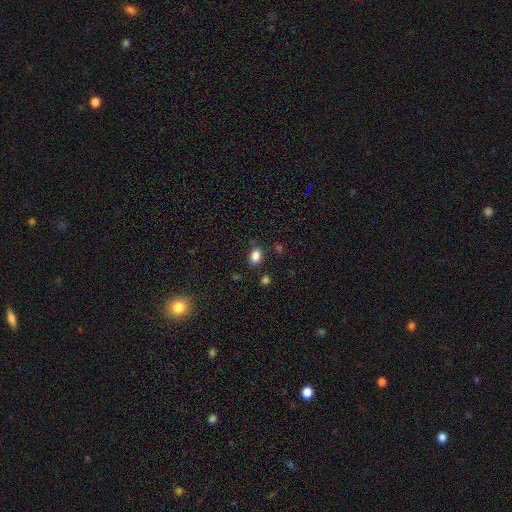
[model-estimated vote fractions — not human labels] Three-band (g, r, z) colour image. It shows a smooth galaxy with no disk features (85%) that is in between round and cigar-shaped (75%). Merging: none (82%).